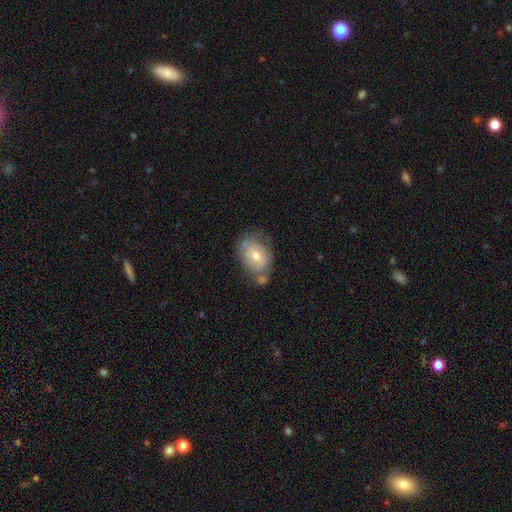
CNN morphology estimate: Smooth or featured? Predicted: smooth (p=0.49). Merging? Predicted: none (p=0.48).